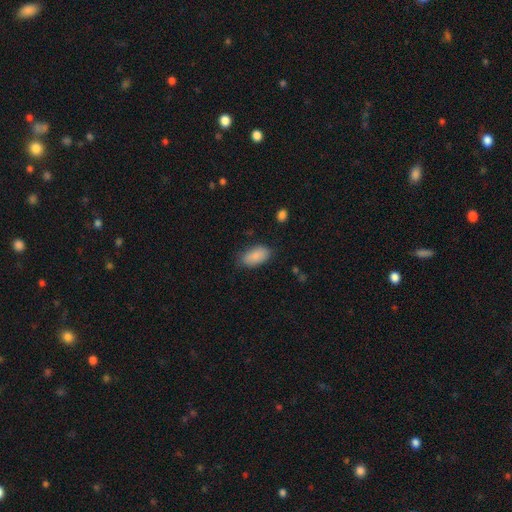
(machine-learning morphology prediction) smooth 87%, featured or disk 7%, star or artifact 7%. Down the decision tree: how rounded — in between (93%); merging — none (77%).